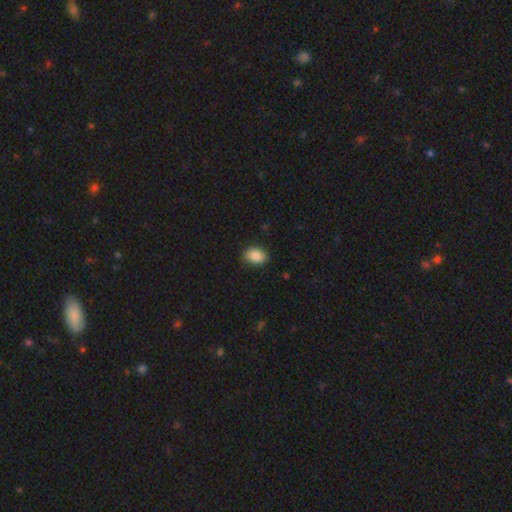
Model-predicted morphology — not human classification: Overall: smooth (85%). How rounded: in between (78%). Merging: none (84%).